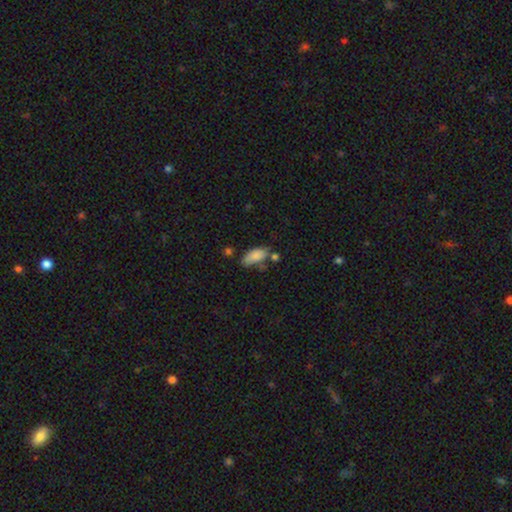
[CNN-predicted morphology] The model was most divided on "merging": none: 51%, minor disturbance: 27%, merger: 13%, major disturbance: 9%. More confident: how rounded — in between (86%); smooth or featured — smooth (84%).